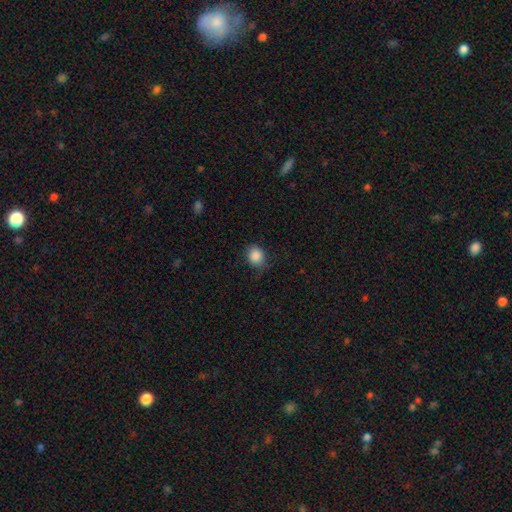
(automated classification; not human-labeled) Smooth or featured? Predicted: smooth (p=0.87). How rounded? Predicted: round (p=0.70). Merging? Predicted: none (p=0.72).